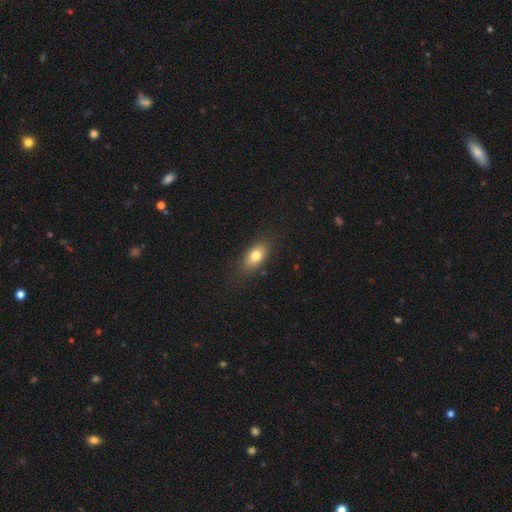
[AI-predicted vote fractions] Smooth or featured? smooth (78%)
How rounded? in between (85%)
Merging? none (80%)